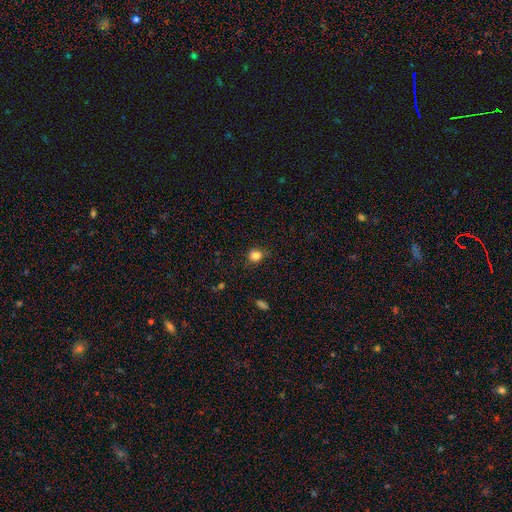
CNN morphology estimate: This is clearly a smooth galaxy (83%). How rounded: clearly round (84%). Merging: likely none (78%).